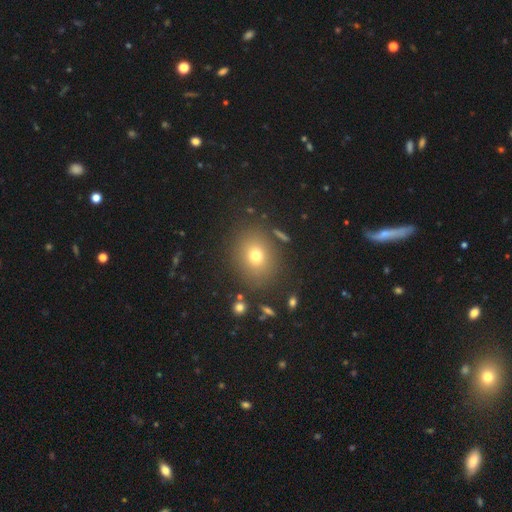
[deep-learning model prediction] Morphology: type=smooth (71%); roundness=round (64%); merging=none (84%).